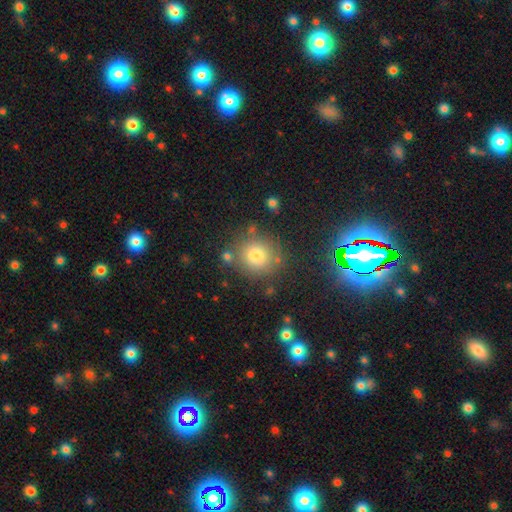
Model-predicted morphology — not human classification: smooth_or_featured: smooth (p=0.77) [alt: star or artifact p=0.14]
how_rounded: round (p=0.88) [alt: in between p=0.10]
merging: none (p=0.78) [alt: minor disturbance p=0.11]